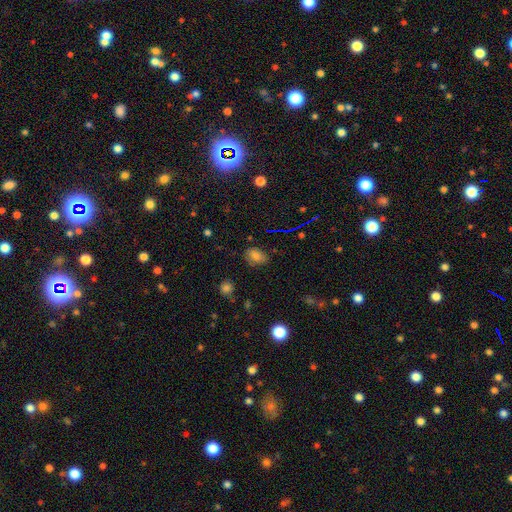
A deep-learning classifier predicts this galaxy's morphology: type=smooth (76%); roundness=in between (79%); merging=none (74%).